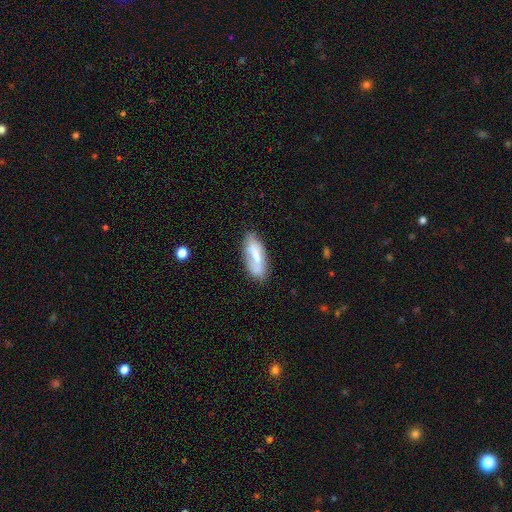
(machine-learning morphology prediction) A smooth galaxy with no disk features (59%) that is in between round and cigar-shaped (74%).

Vote fractions:
- Smooth or featured? smooth: 59% / featured or disk: 34% / star or artifact: 7%
- How rounded? in between: 74% / cigar-shaped: 24% / round: 2%
- Merging? none: 62% / minor disturbance: 24% / major disturbance: 8% / merger: 6%